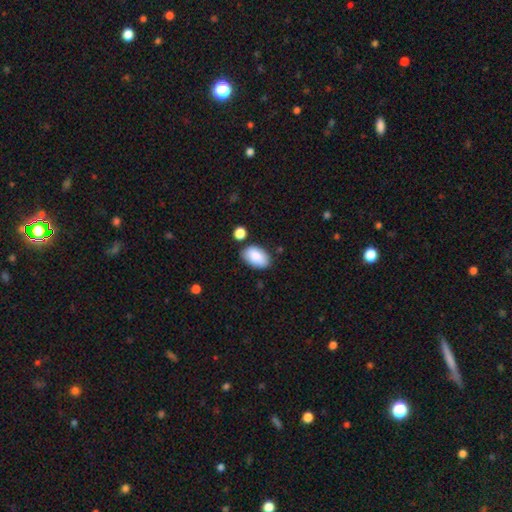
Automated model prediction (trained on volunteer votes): The model was most divided on "merging": none: 75%, minor disturbance: 15%, merger: 6%, major disturbance: 3%. More confident: how rounded — in between (93%); smooth or featured — smooth (86%).